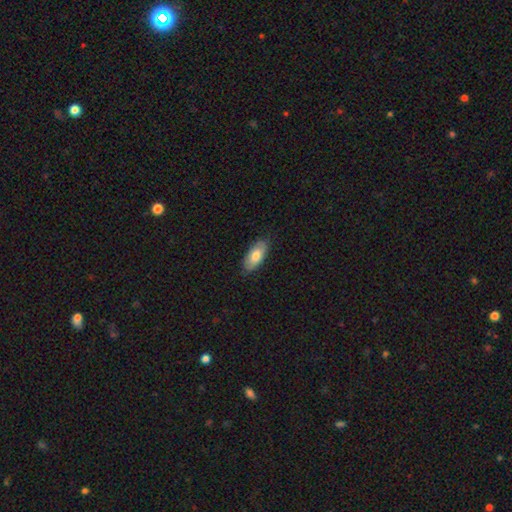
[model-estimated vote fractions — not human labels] Smooth or featured?
  - smooth: 75% *
  - featured or disk: 19%
  - star or artifact: 6%
How rounded?
  - in between: 90% *
  - cigar-shaped: 8%
  - round: 2%
Merging?
  - none: 82% *
  - minor disturbance: 14%
  - major disturbance: 2%
  - merger: 1%